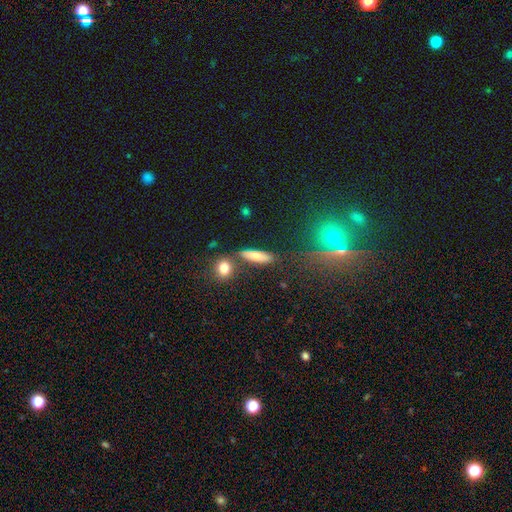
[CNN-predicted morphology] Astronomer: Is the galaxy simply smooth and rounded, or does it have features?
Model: smooth — 71%.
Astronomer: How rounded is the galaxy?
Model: cigar-shaped — 49% (runner-up: in between, 44%).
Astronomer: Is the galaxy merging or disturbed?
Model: none — 74%.